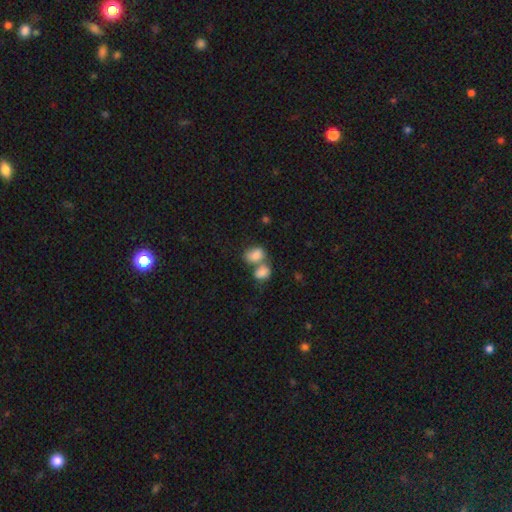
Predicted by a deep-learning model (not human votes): smooth_or_featured: smooth (p=0.81) [alt: featured or disk p=0.10]
how_rounded: in between (p=0.78) [alt: round p=0.21]
merging: merger (p=0.64) [alt: none p=0.23]